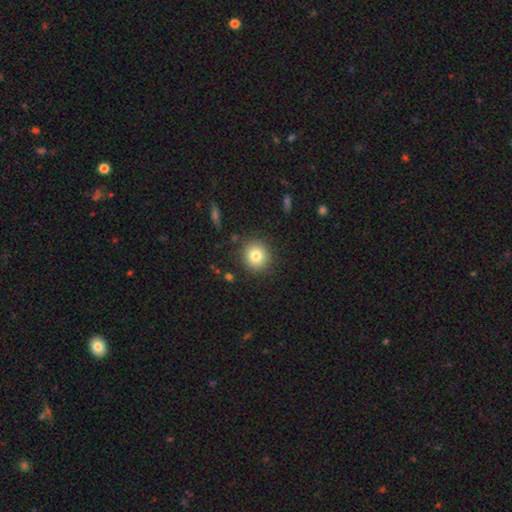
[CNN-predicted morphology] smooth_or_featured: smooth (p=0.80) [alt: star or artifact p=0.11]
how_rounded: round (p=0.89) [alt: in between p=0.10]
merging: none (p=0.87) [alt: minor disturbance p=0.08]